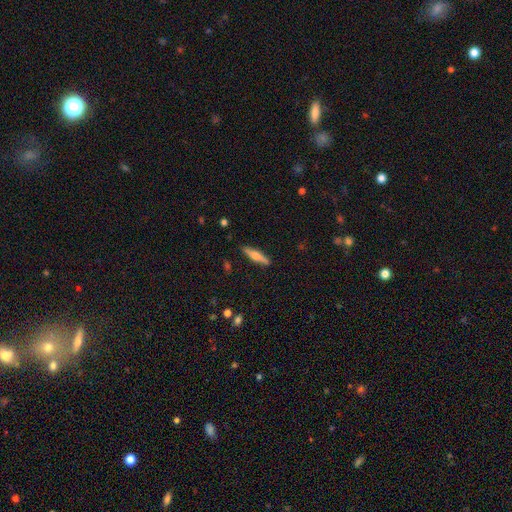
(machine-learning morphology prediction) A smooth galaxy with no disk features (49%).

Vote fractions:
- Smooth or featured? smooth: 49% / featured or disk: 45% / star or artifact: 6%
- Merging? none: 88% / minor disturbance: 9% / major disturbance: 2% / merger: 1%